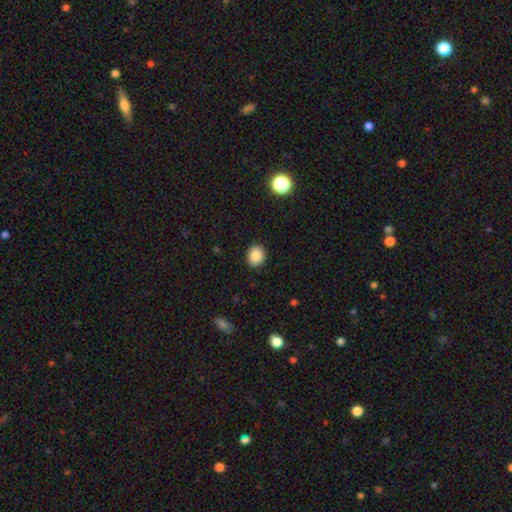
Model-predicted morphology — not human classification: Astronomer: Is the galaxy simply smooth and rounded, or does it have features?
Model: smooth — 87%.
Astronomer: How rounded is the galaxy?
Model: round — 53% (runner-up: in between, 47%).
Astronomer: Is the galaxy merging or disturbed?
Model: none — 90%.